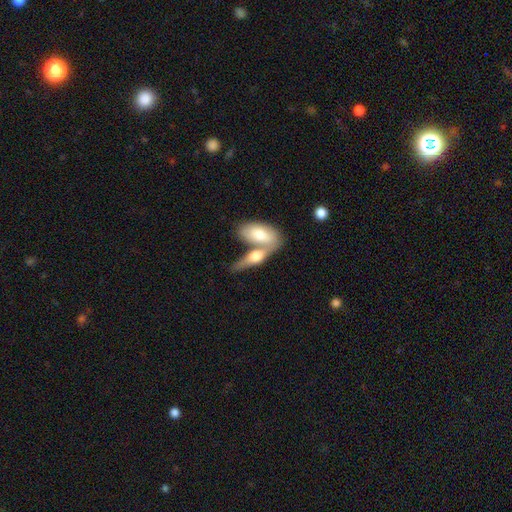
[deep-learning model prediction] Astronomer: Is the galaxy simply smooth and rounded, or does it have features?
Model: smooth — 62%.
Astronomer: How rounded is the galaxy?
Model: in between — 73%.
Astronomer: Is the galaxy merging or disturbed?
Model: merger — 61%.